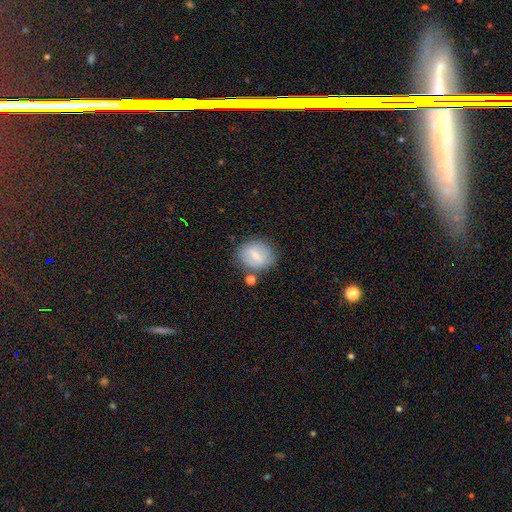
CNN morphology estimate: This appears to be a smooth galaxy with no disk features (57%) that is round (60%). Merging: none (72%).